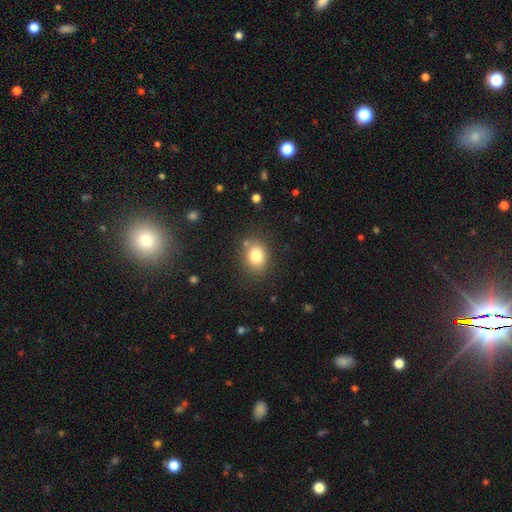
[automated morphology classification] Smooth or featured? smooth (80%)
How rounded? round (56%)
Merging? none (80%)